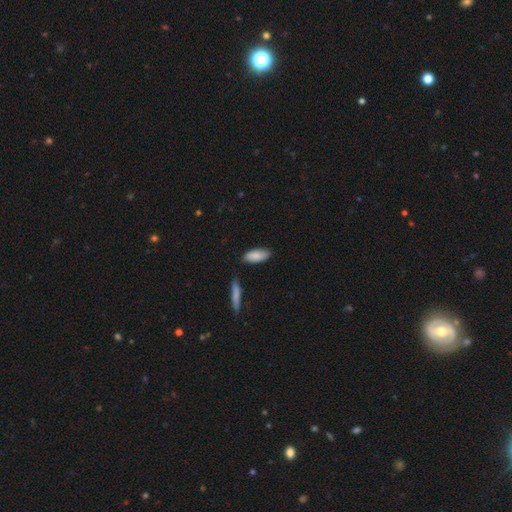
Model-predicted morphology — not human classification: Smooth or featured? smooth (83%)
How rounded? in between (80%)
Merging? none (76%)